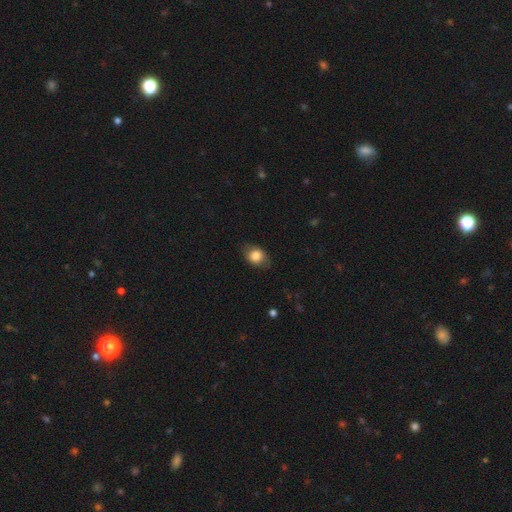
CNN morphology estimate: type=smooth (81%); roundness=in between (58%); merging=none (76%).